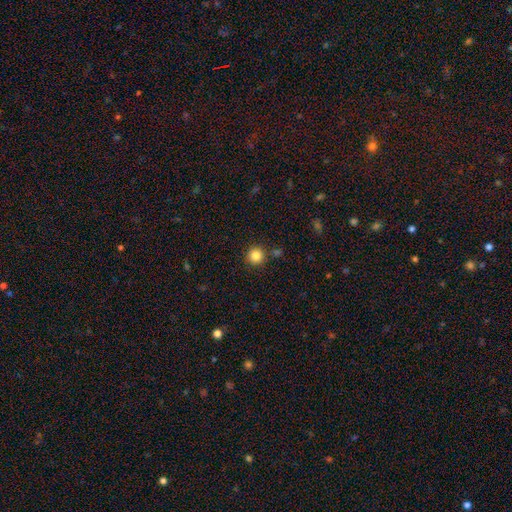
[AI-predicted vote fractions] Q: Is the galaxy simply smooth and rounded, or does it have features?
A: smooth — 84%.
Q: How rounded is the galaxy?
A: round — 95%.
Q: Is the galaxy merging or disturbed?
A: none — 87%.